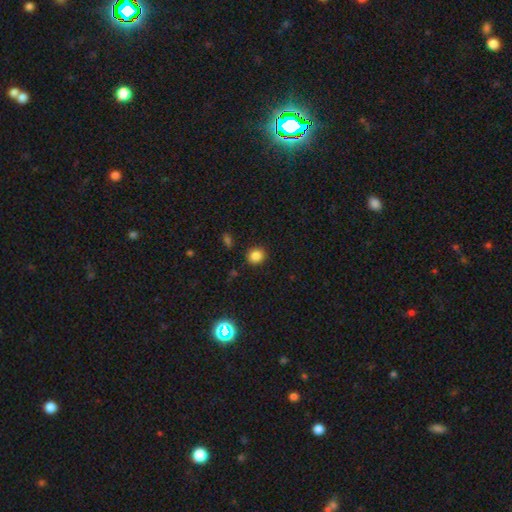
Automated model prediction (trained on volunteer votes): A smooth galaxy with no disk features (85%) that is round (83%).

Vote fractions:
- Smooth or featured? smooth: 85% / star or artifact: 12% / featured or disk: 4%
- How rounded? round: 83% / in between: 16% / cigar-shaped: 1%
- Merging? none: 89% / minor disturbance: 7% / major disturbance: 2% / merger: 2%